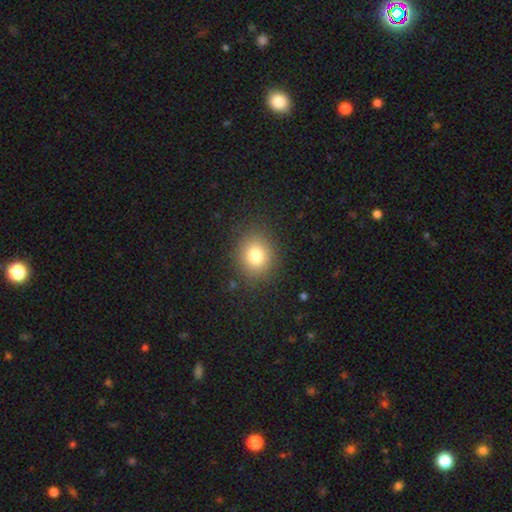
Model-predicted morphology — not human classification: A smooth galaxy with no disk features (78%) that is round (70%). Merging: none (87%).